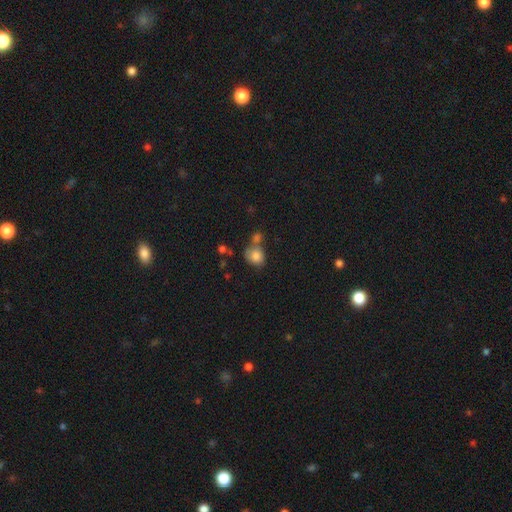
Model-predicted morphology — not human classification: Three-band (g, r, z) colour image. It shows a smooth galaxy with no disk features (82%) that is round (63%). Merging: none (44%).